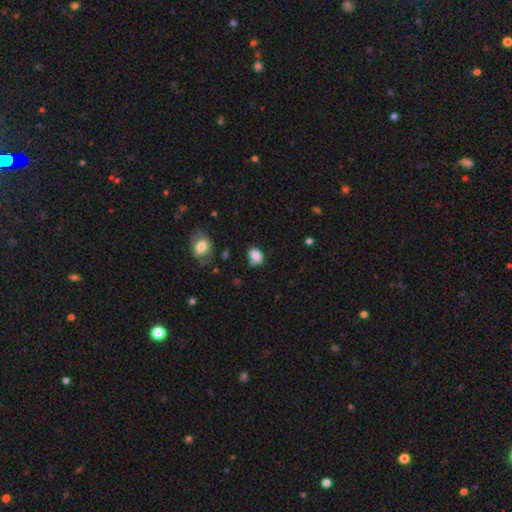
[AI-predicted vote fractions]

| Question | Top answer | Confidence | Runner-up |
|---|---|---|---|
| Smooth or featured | smooth | 84% | star or artifact (9%) |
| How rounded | in between | 70% | round (29%) |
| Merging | none | 58% | minor disturbance (29%) |